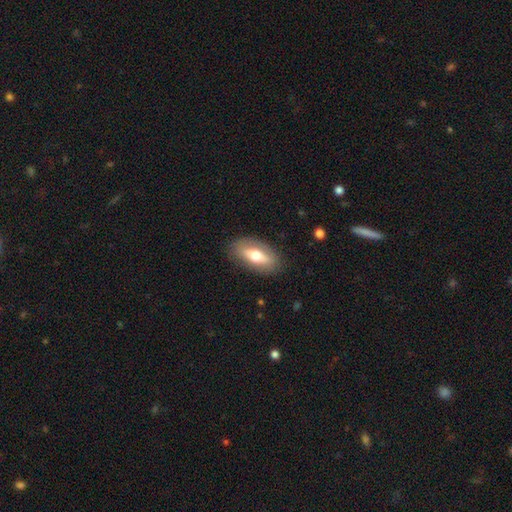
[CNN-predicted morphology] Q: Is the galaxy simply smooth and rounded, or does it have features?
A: smooth — 60%.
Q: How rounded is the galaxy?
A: in between — 83%.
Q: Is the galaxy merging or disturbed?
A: none — 84%.